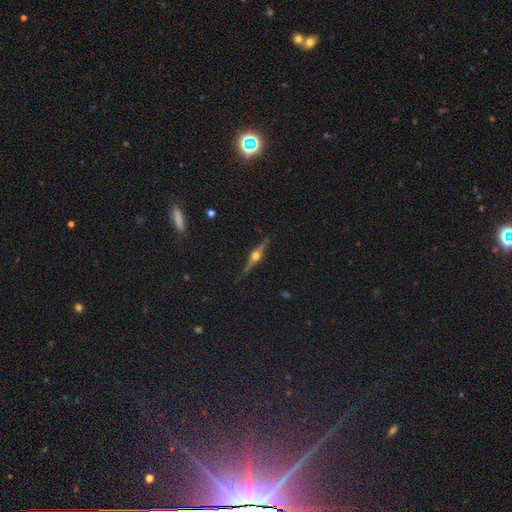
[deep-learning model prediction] A featured or disk galaxy (79%) viewed edge-on (98%) with a rounded central bulge (95%). Merging: none (87%).